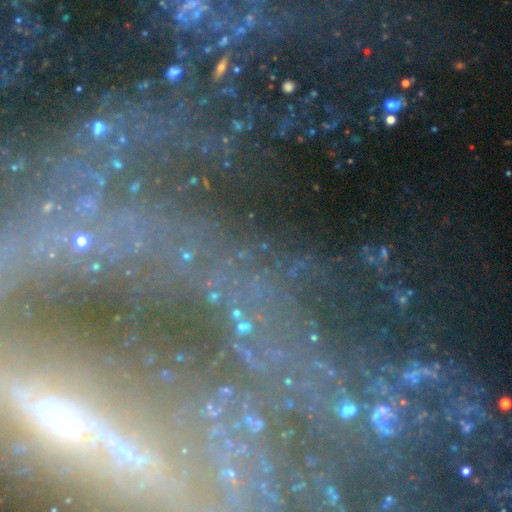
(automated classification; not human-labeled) smooth-or-featured: featured or disk: 56% | star or artifact: 33% | smooth: 11%
  disk-edge-on: no: 81% | yes: 19%
  merging: none: 64% | major disturbance: 15% | minor disturbance: 15% | merger: 5%